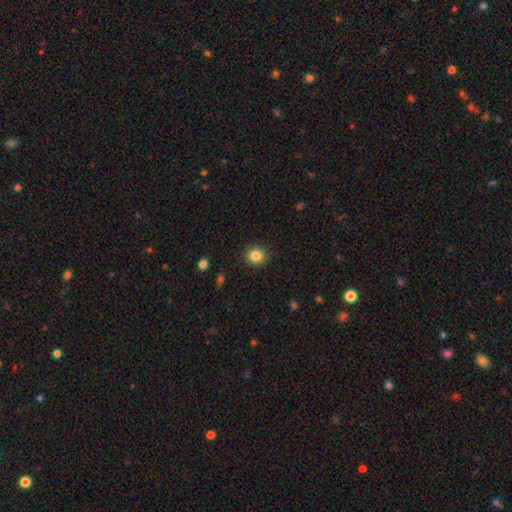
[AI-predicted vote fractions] A smooth galaxy with no disk features (85%) that is round (87%). Merging: none (90%).